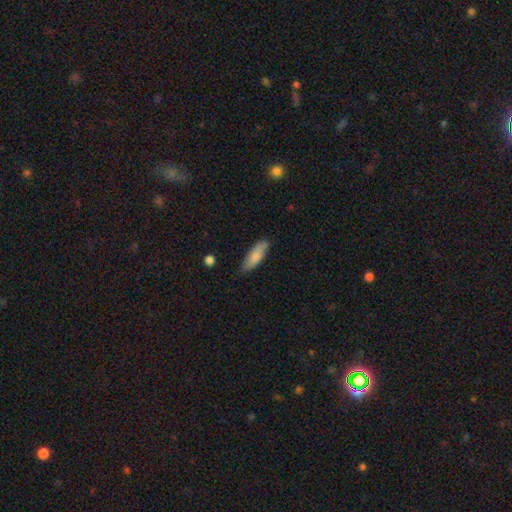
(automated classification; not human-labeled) Smooth or featured: smooth — 76% (featured or disk — 18%)
How rounded: in between — 58% (cigar-shaped — 40%)
Merging: none — 76% (minor disturbance — 19%)